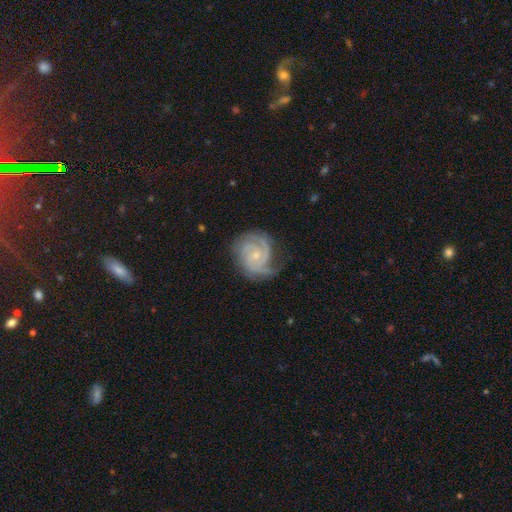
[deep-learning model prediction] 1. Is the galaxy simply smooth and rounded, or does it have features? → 90% featured or disk, 5% smooth, 5% star or artifact.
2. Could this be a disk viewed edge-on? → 98% no, 2% yes.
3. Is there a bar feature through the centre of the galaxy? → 69% no, 26% weak, 5% strong.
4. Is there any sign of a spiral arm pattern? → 98% yes, 2% no.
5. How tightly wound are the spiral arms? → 65% tight, 31% medium, 5% loose.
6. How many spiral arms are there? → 43% 3, 30% 2, 10% can't tell, 8% 4, 5% 1, 5% more than 4.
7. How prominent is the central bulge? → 74% small, 22% moderate, 2% none, 1% large, 1% dominant.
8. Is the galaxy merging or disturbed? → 71% none, 20% minor disturbance, 7% major disturbance, 1% merger.